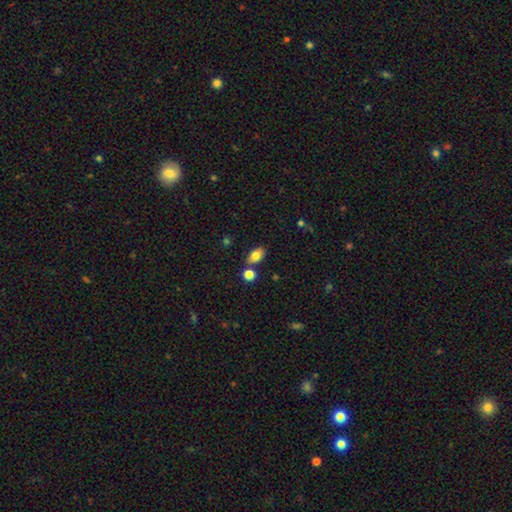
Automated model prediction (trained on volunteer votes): A smooth galaxy with no disk features (80%) that is in between round and cigar-shaped (88%).

Vote fractions:
- Smooth or featured? smooth: 80% / featured or disk: 11% / star or artifact: 9%
- How rounded? in between: 88% / round: 10% / cigar-shaped: 3%
- Merging? none: 75% / merger: 12% / minor disturbance: 11% / major disturbance: 3%